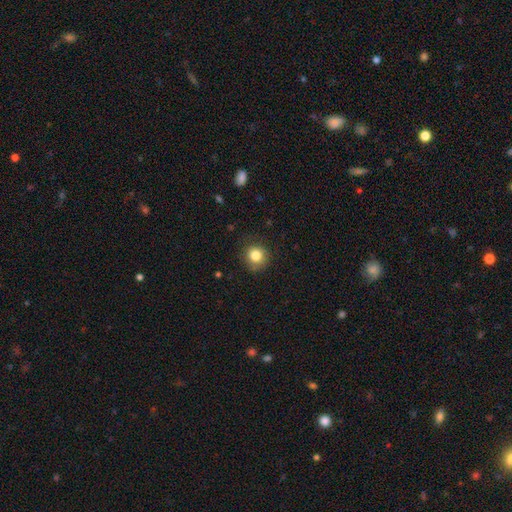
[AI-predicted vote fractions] smooth-or-featured: smooth: 82% | star or artifact: 11% | featured or disk: 7%
  how-rounded: round: 91% | in between: 8% | cigar-shaped: 1%
  merging: none: 84% | minor disturbance: 11% | major disturbance: 3% | merger: 1%